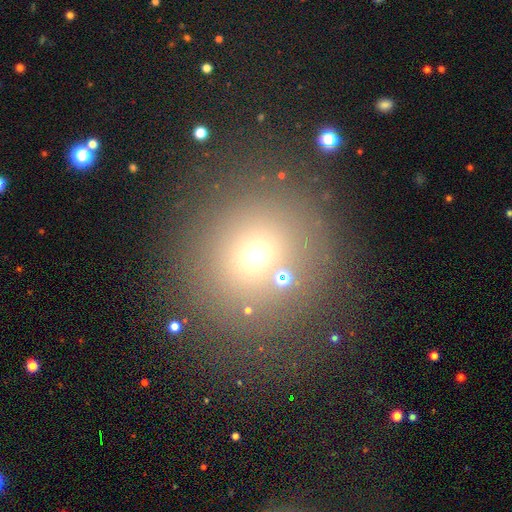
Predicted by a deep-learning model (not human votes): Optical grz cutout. It shows a smooth galaxy with no disk features (62%) that is round (91%). Merging: none (76%).